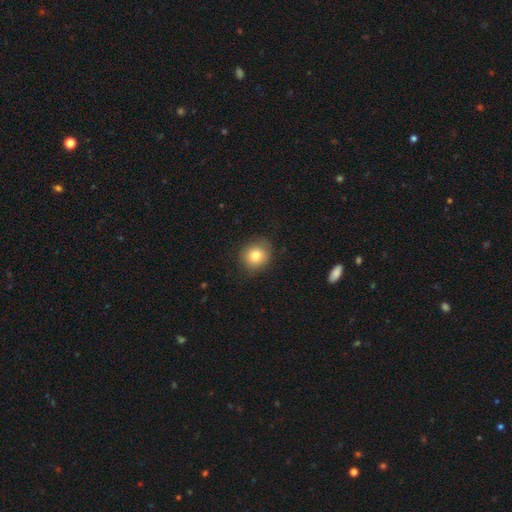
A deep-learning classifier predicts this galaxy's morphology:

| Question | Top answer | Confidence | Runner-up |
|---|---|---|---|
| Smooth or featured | smooth | 80% | star or artifact (11%) |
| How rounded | round | 78% | in between (21%) |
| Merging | none | 85% | minor disturbance (11%) |